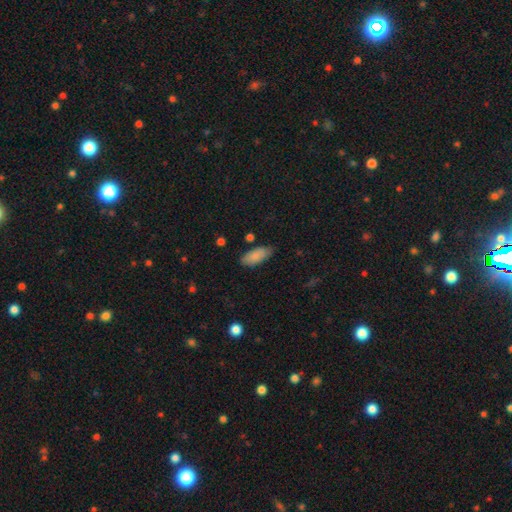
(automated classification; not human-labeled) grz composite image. It shows a smooth galaxy with no disk features (85%) that is in between round and cigar-shaped (86%). Merging: none (77%).